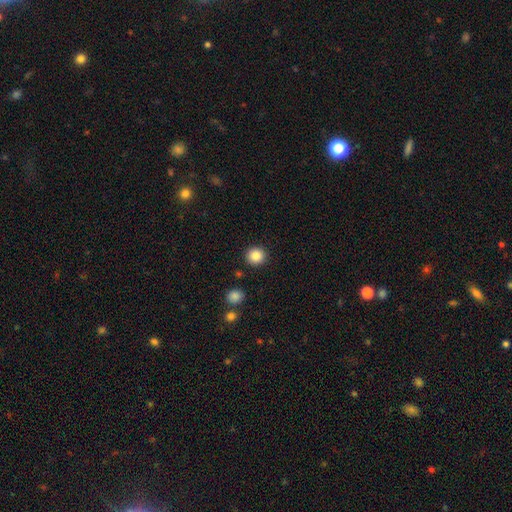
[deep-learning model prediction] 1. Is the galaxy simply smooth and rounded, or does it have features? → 86% smooth, 10% star or artifact, 4% featured or disk.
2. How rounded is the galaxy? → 92% round, 7% in between, 1% cigar-shaped.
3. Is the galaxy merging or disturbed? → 91% none, 5% minor disturbance, 2% major disturbance, 2% merger.